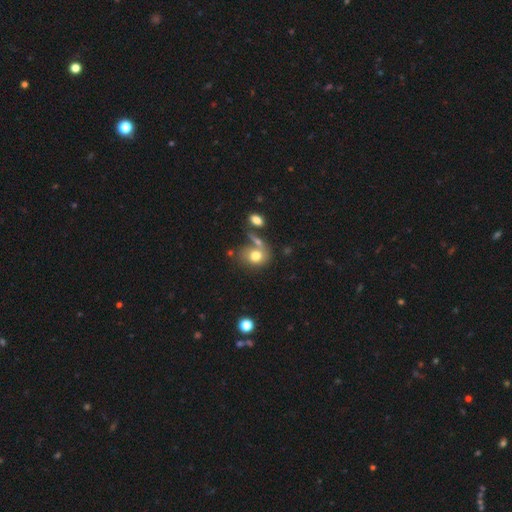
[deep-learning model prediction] Morphology: type=smooth (74%); roundness=round (57%); merging=none (44%).